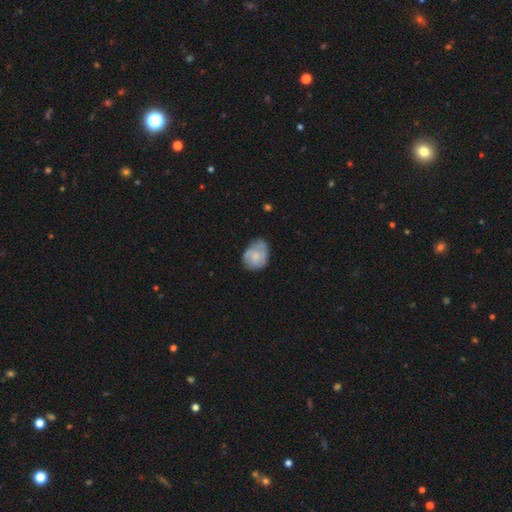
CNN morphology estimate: Overall: smooth (54%; featured or disk 39%). How rounded: in between (57%; round 42%). Merging: none (53%; minor disturbance 34%).